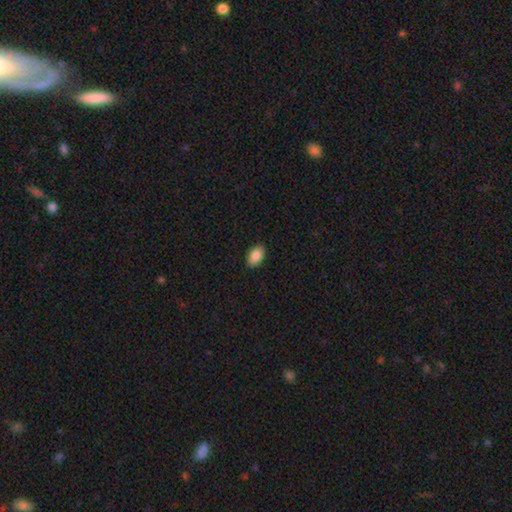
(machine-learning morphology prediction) Q: Smooth or featured?
A: smooth (88%); runner-up: star or artifact (7%)
Q: How rounded?
A: in between (92%); runner-up: round (7%)
Q: Merging?
A: none (90%); runner-up: minor disturbance (7%)